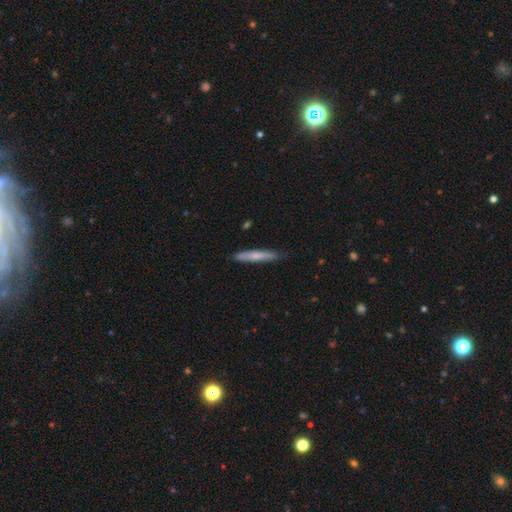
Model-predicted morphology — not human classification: smooth 68%, featured or disk 26%, star or artifact 5%. Down the decision tree: how rounded — cigar-shaped (93%); merging — none (85%).